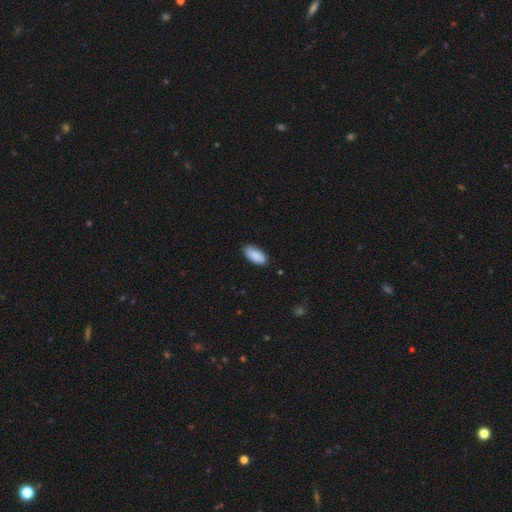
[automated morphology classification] This appears to be a smooth galaxy with no disk features (89%) that is in between round and cigar-shaped (93%). Merging: none (83%).